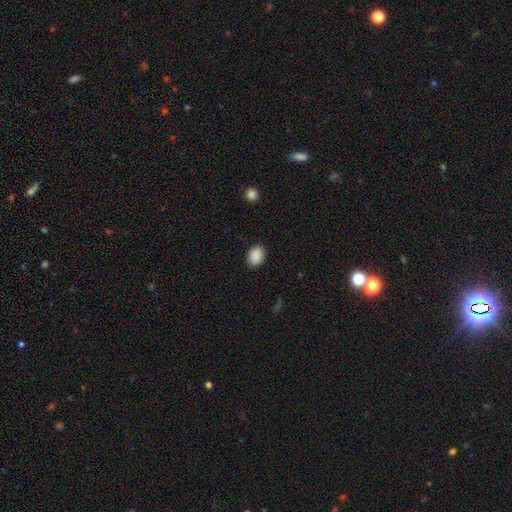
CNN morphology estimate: A smooth galaxy with no disk features (90%) that is in between round and cigar-shaped (68%). Merging: none (89%).